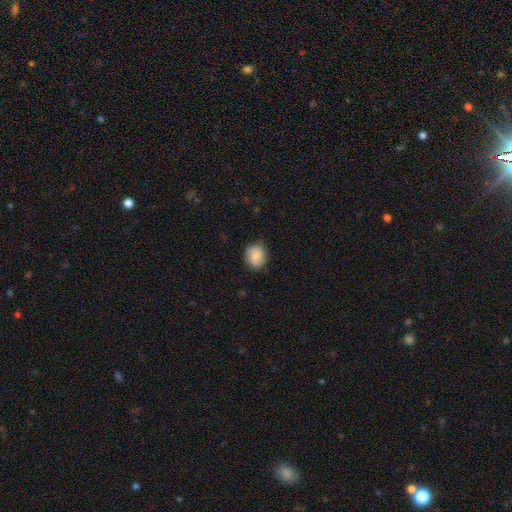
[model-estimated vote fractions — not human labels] Smooth or featured? smooth (82%)
How rounded? round (61%)
Merging? none (79%)